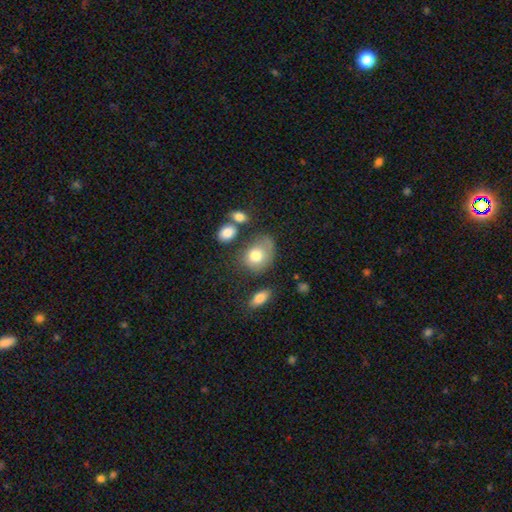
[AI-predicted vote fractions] Smooth or featured?
  - smooth: 75% *
  - featured or disk: 17%
  - star or artifact: 8%
How rounded?
  - in between: 60% *
  - round: 39%
  - cigar-shaped: 1%
Merging?
  - none: 41% *
  - minor disturbance: 30%
  - major disturbance: 20%
  - merger: 9%